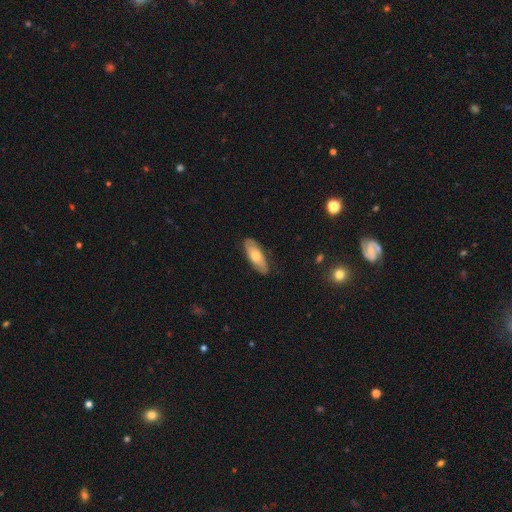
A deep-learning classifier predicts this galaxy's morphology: Overall: smooth (59%; featured or disk 35%). How rounded: in between (70%). Merging: none (84%).